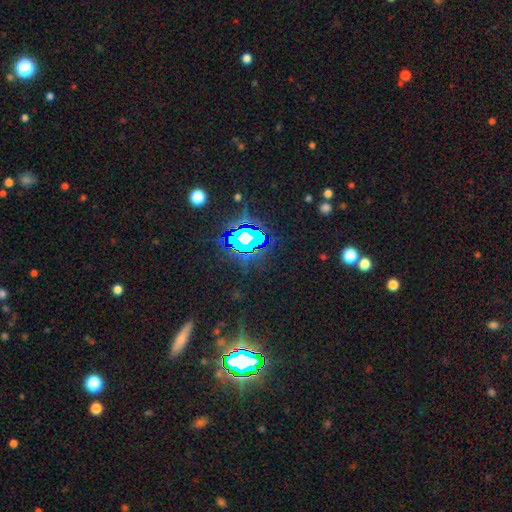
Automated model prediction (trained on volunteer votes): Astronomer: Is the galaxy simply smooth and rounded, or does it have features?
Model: star or artifact — 83%.